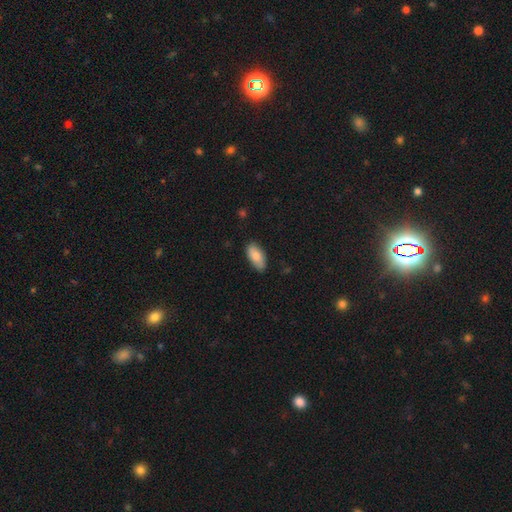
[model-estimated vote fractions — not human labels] This is clearly a smooth galaxy (84%). How rounded: clearly in between (91%). Merging: clearly none (81%).